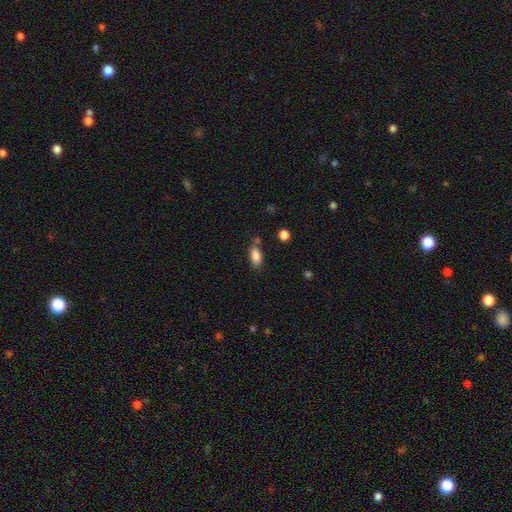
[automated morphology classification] smooth_or_featured: smooth (p=0.85) [alt: star or artifact p=0.08]
how_rounded: in between (p=0.87) [alt: cigar-shaped p=0.09]
merging: none (p=0.67) [alt: minor disturbance p=0.18]